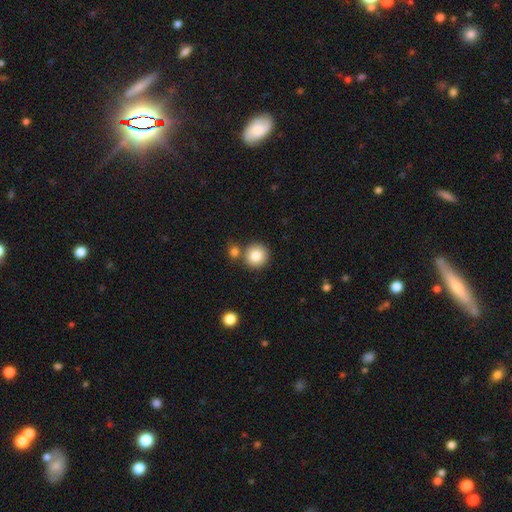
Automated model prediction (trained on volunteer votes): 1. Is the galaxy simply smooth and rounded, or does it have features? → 83% smooth, 9% star or artifact, 8% featured or disk.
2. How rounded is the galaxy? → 93% round, 6% in between, 1% cigar-shaped.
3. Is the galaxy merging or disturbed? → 74% none, 16% merger, 8% minor disturbance, 2% major disturbance.